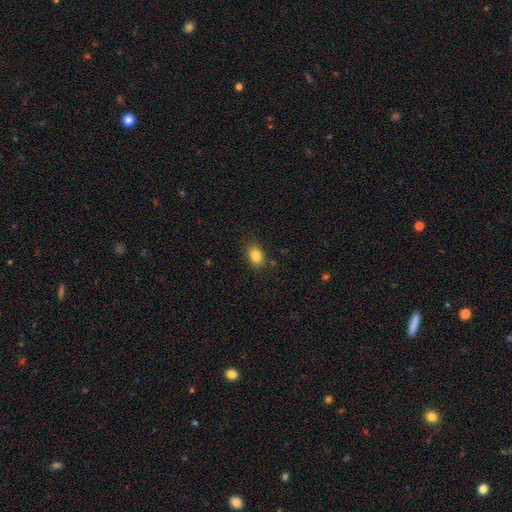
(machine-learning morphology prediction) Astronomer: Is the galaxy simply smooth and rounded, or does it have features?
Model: smooth — 84%.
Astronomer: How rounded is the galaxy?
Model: in between — 75%.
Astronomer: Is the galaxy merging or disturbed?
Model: none — 85%.